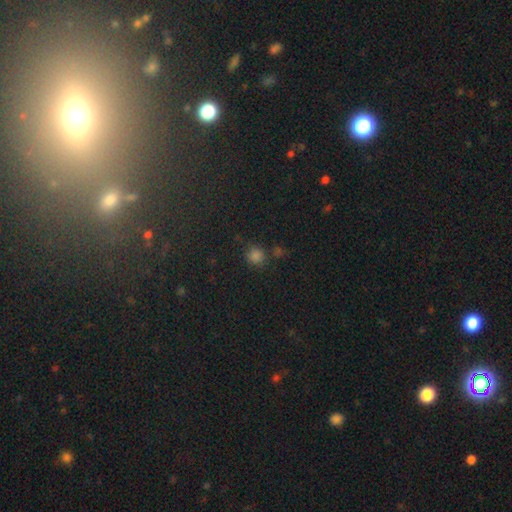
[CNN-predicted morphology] Overall: smooth (75%). How rounded: round (88%). Merging: none (76%).